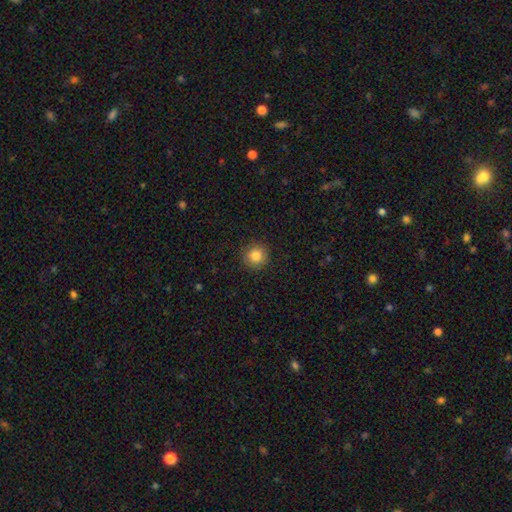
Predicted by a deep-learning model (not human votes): Overall: smooth (85%). How rounded: round (94%). Merging: none (91%).